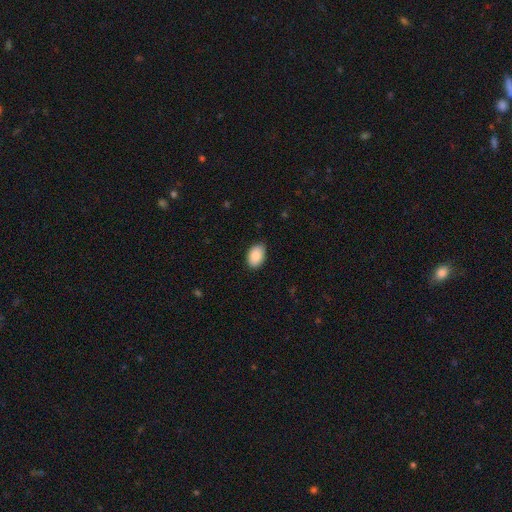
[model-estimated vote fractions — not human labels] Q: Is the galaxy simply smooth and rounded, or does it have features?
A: smooth — 89%.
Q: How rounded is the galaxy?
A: in between — 88%.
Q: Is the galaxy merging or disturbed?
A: none — 84%.